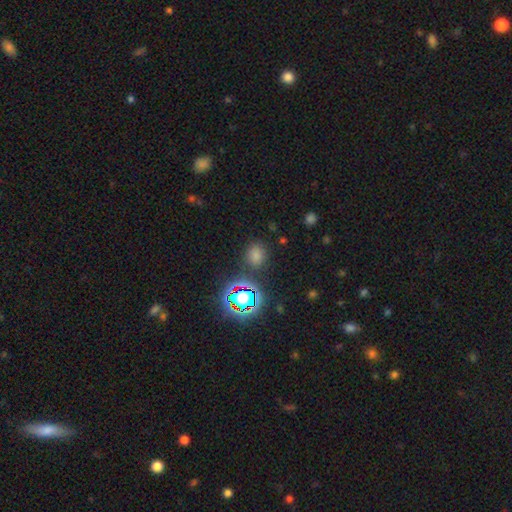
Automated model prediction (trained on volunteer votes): Smooth or featured? Predicted: smooth (p=0.65). How rounded? Predicted: round (p=0.59). Merging? Predicted: none (p=0.82).